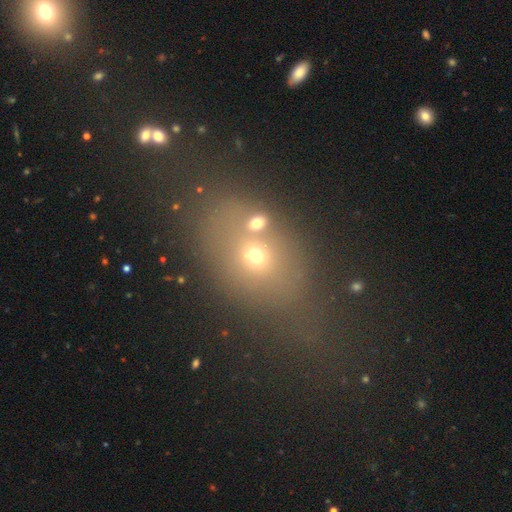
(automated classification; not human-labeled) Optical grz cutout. It shows a smooth galaxy with no disk features (52%) that is in between round and cigar-shaped (62%). Merging: none (47%).